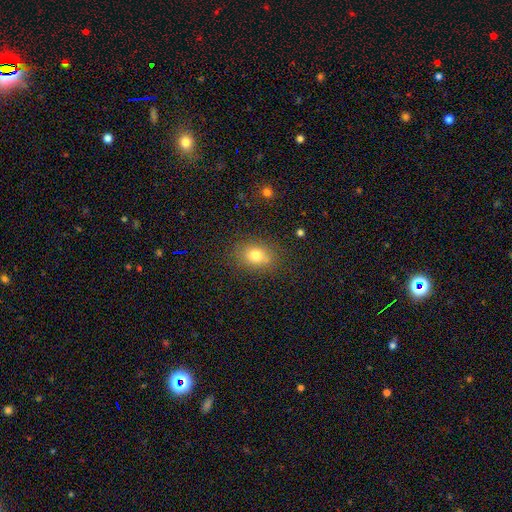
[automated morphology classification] Q: Smooth or featured?
A: smooth (78%); runner-up: star or artifact (12%)
Q: How rounded?
A: in between (66%); runner-up: round (33%)
Q: Merging?
A: none (80%); runner-up: minor disturbance (13%)